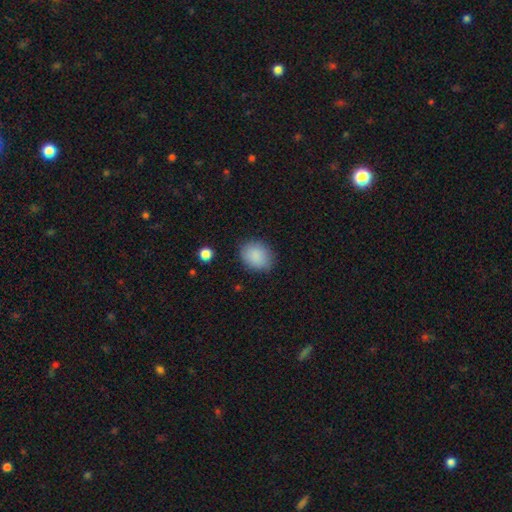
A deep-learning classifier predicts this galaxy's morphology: Overall: smooth (87%). How rounded: in between (51%; round 48%). Merging: none (81%).